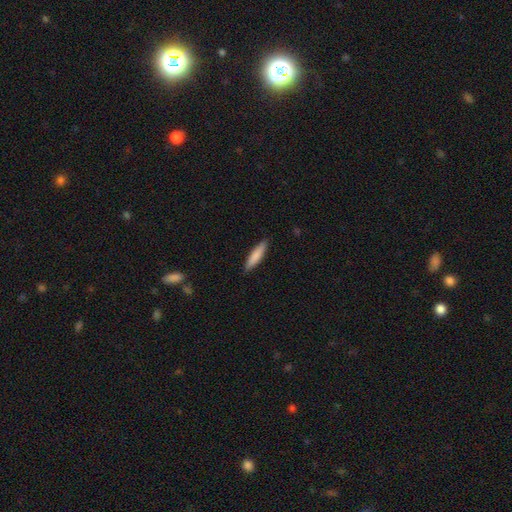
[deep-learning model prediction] The model was most divided on "how rounded": cigar-shaped: 81%, in between: 18%, round: 1%. More confident: merging — none (89%); smooth or featured — smooth (83%).